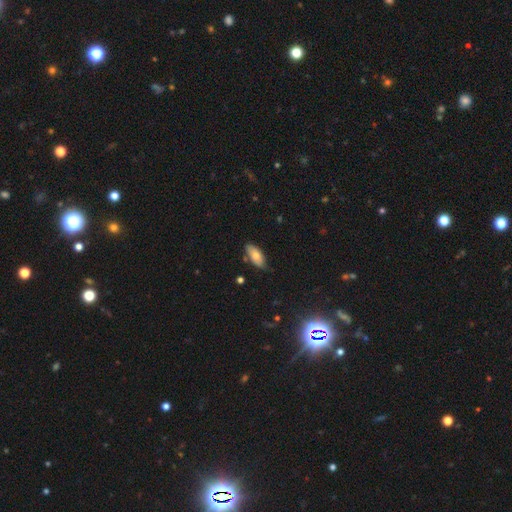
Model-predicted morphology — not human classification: Smooth or featured? smooth (70%)
How rounded? in between (86%)
Merging? none (70%)